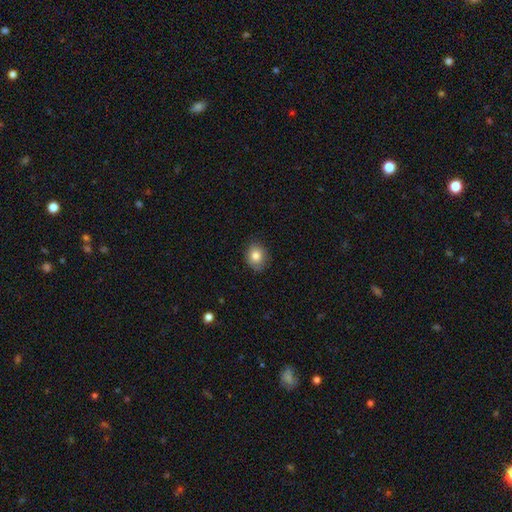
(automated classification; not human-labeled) smooth-or-featured: smooth: 82% | featured or disk: 9% | star or artifact: 9%
  how-rounded: round: 54% | in between: 46% | cigar-shaped: 1%
  merging: none: 83% | minor disturbance: 14% | major disturbance: 3% | merger: 1%